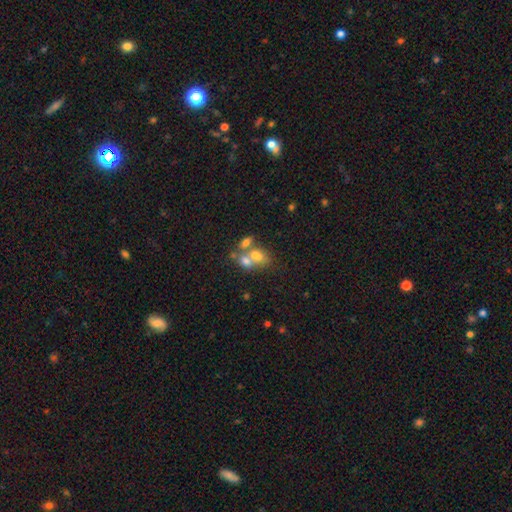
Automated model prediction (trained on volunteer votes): Q: Smooth or featured?
A: smooth (62%); runner-up: featured or disk (25%)
Q: How rounded?
A: in between (75%); runner-up: round (22%)
Q: Merging?
A: merger (59%); runner-up: none (26%)